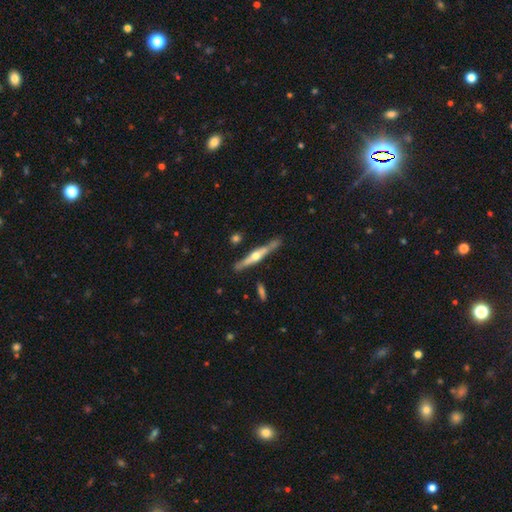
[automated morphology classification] Smooth or featured? featured or disk (72%)
Edge-on disk? yes (96%)
Edge-on bulge? rounded (90%)
Merging? none (81%)